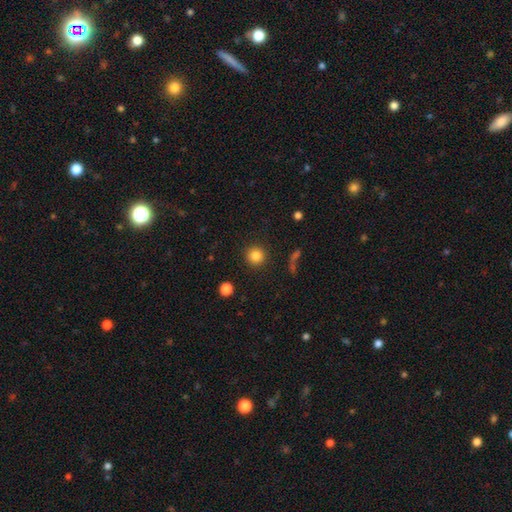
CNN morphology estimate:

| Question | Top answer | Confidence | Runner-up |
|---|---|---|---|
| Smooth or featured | smooth | 84% | star or artifact (11%) |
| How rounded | round | 94% | in between (5%) |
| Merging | none | 91% | minor disturbance (5%) |